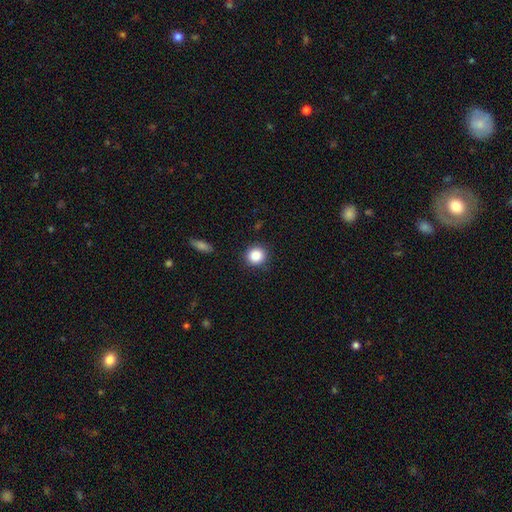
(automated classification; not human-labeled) A smooth galaxy with no disk features (86%) that is round (90%).

Vote fractions:
- Smooth or featured? smooth: 86% / star or artifact: 10% / featured or disk: 4%
- How rounded? round: 90% / in between: 9% / cigar-shaped: 1%
- Merging? none: 89% / minor disturbance: 8% / major disturbance: 2% / merger: 1%